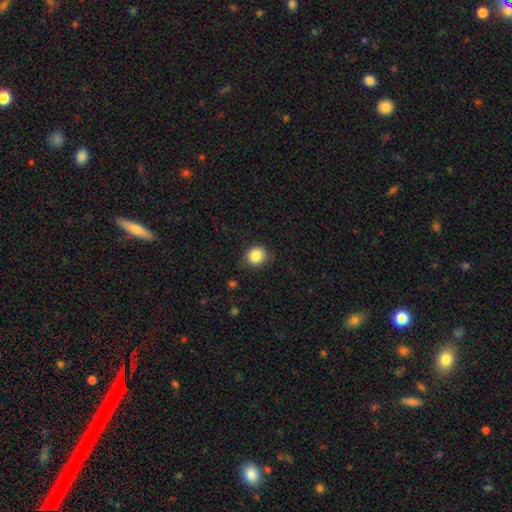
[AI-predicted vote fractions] Overall: smooth (86%). How rounded: round (82%). Merging: none (84%).